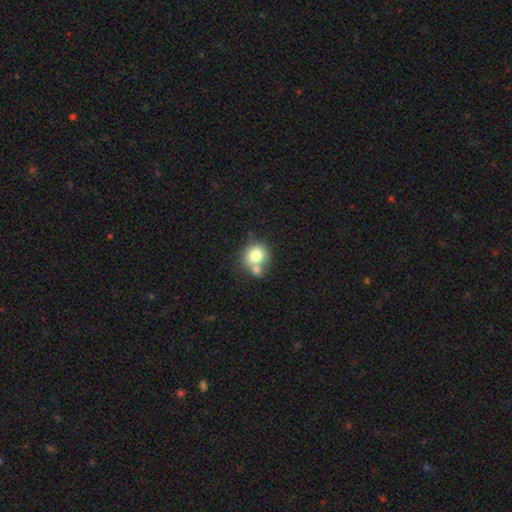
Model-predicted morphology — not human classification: This appears to be a smooth galaxy with no disk features (78%) that is round (82%). Merging: none (48%).